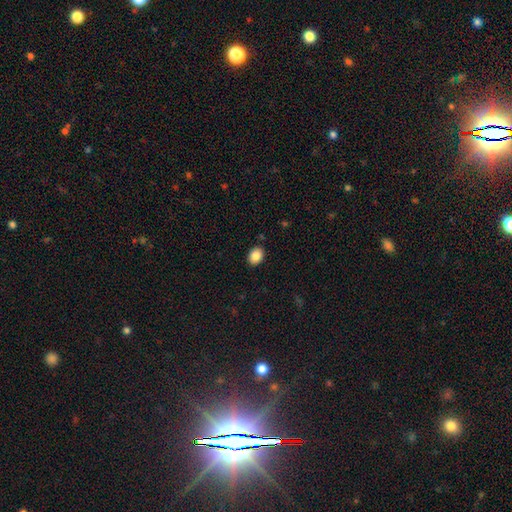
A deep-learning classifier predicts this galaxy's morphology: A smooth galaxy with no disk features (87%) that is in between round and cigar-shaped (62%). Merging: none (89%).